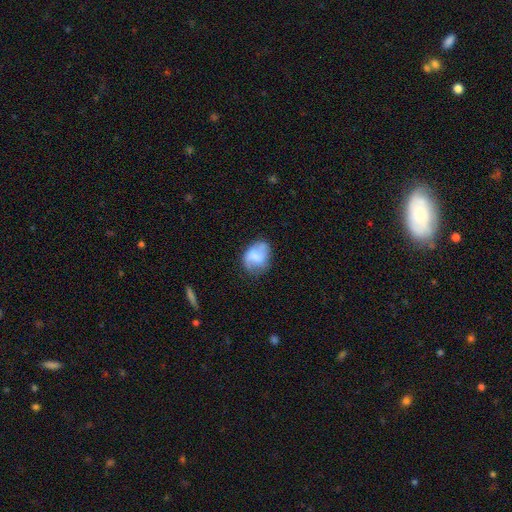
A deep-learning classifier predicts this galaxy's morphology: Overall: smooth (63%; featured or disk 29%). How rounded: in between (66%; round 33%). Merging: none (55%; minor disturbance 30%).